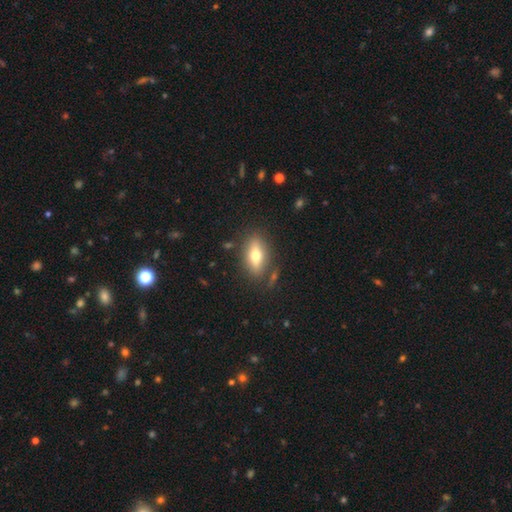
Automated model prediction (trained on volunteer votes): Overall: smooth (60%; featured or disk 32%). How rounded: in between (75%). Merging: none (81%).